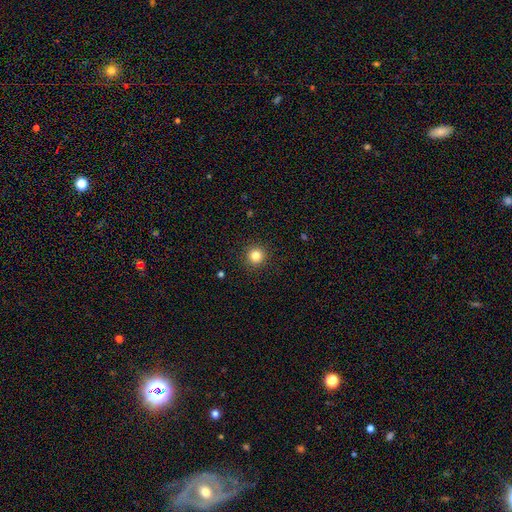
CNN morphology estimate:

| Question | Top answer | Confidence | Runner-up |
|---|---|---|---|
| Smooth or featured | smooth | 82% | star or artifact (12%) |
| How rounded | round | 95% | in between (4%) |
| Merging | none | 92% | minor disturbance (5%) |